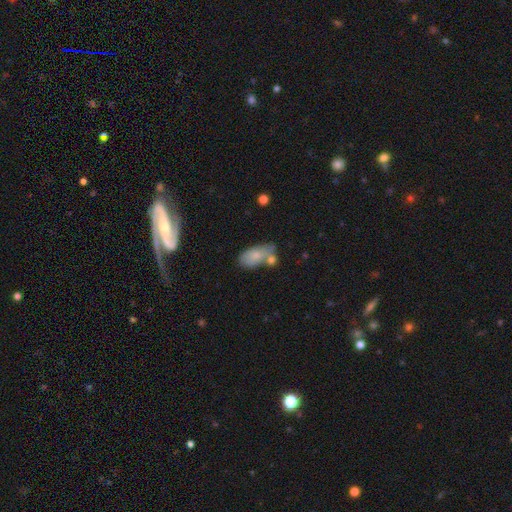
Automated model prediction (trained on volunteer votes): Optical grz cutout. It shows a smooth galaxy with no disk features (71%) that is in between round and cigar-shaped (91%). Merging: none (43%).